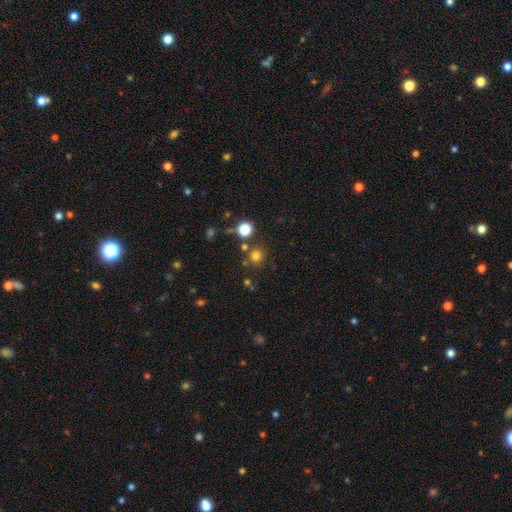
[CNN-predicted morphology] A smooth galaxy with no disk features (74%) that is round (91%).

Vote fractions:
- Smooth or featured? smooth: 74% / star or artifact: 19% / featured or disk: 6%
- How rounded? round: 91% / in between: 8% / cigar-shaped: 1%
- Merging? none: 78% / merger: 10% / minor disturbance: 8% / major disturbance: 3%